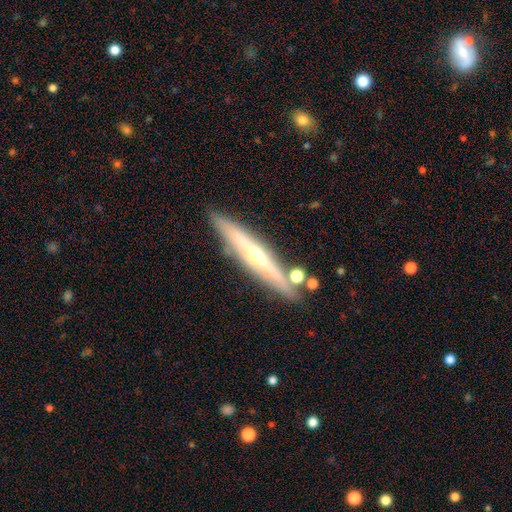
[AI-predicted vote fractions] Smooth or featured? featured or disk (70%)
Edge-on disk? yes (91%)
Edge-on bulge? rounded (85%)
Merging? none (82%)